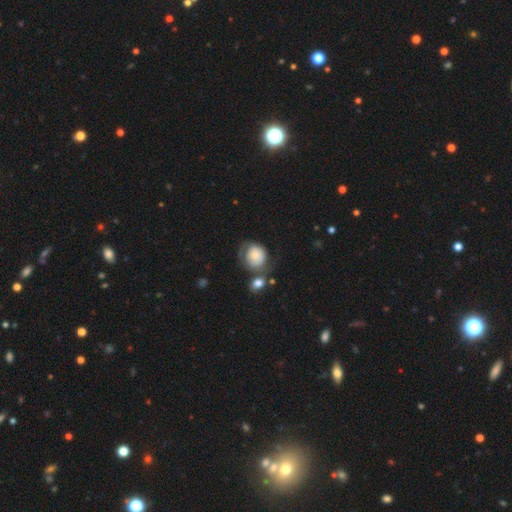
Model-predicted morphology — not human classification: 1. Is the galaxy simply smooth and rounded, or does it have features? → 64% smooth, 29% featured or disk, 7% star or artifact.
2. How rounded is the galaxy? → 72% round, 27% in between, 1% cigar-shaped.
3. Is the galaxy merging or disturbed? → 36% none, 25% minor disturbance, 21% major disturbance, 19% merger.